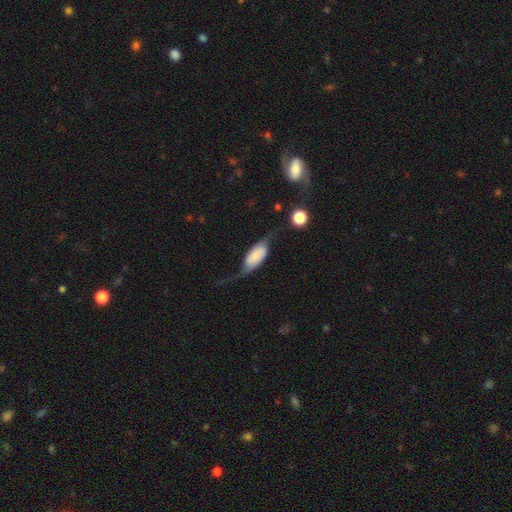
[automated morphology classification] type=featured or disk (58%); edge-on=no (79%); merging=none (41%).